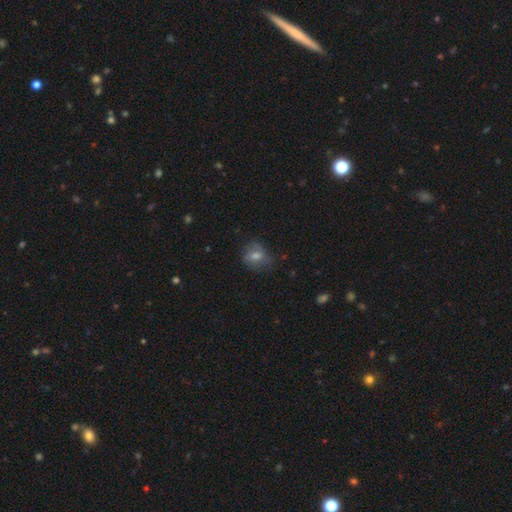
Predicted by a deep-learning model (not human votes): This appears to be a smooth galaxy with no disk features (55%) that is round (65%). Merging: none (68%).